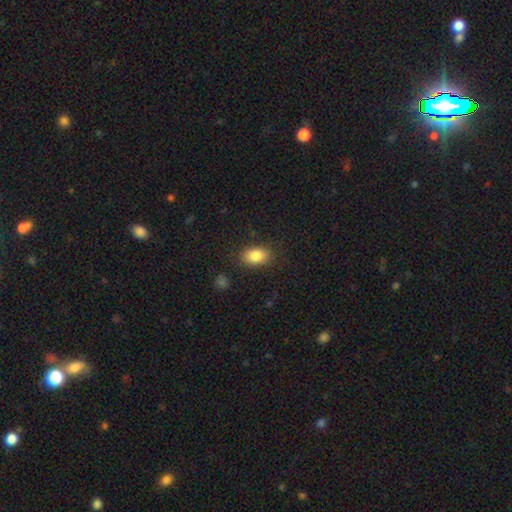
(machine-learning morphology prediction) Smooth or featured? Predicted: smooth (p=0.85). How rounded? Predicted: in between (p=0.85). Merging? Predicted: none (p=0.83).